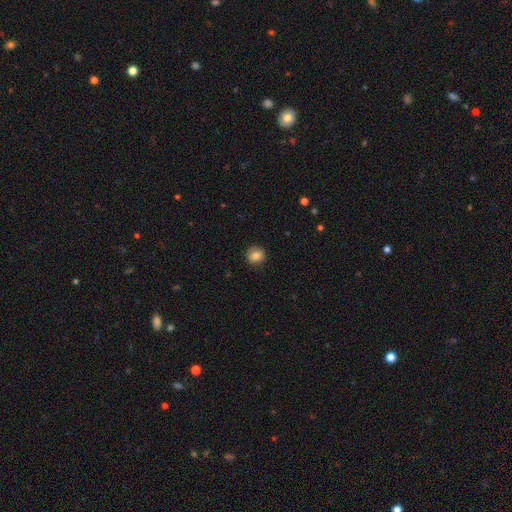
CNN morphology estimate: Smooth or featured: smooth — 83% (star or artifact — 10%)
How rounded: round — 88% (in between — 11%)
Merging: none — 89% (minor disturbance — 8%)